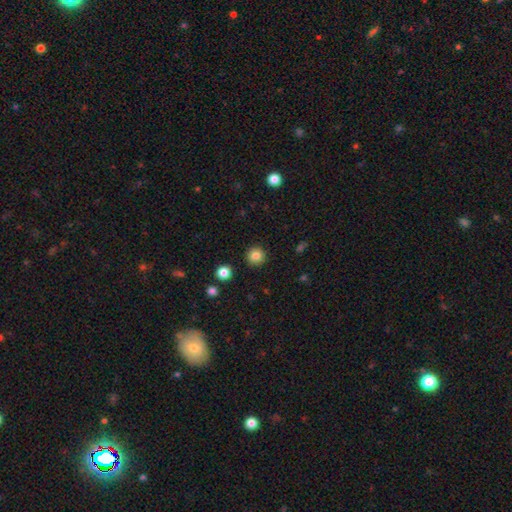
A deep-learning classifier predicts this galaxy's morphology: Smooth or featured: smooth — 84% (star or artifact — 11%)
How rounded: round — 94% (in between — 5%)
Merging: none — 92% (minor disturbance — 5%)